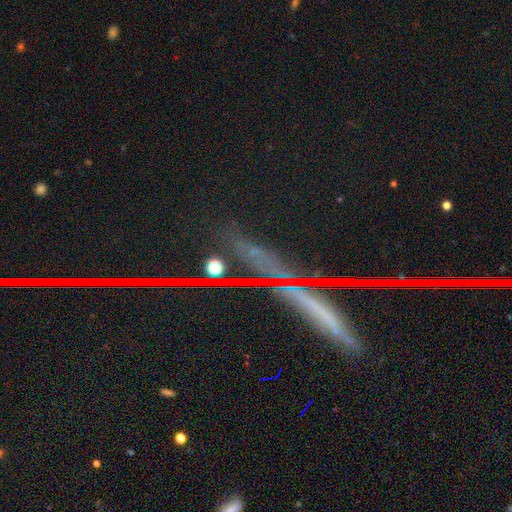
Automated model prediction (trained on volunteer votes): The model was most divided on "smooth or featured": star or artifact: 70%, featured or disk: 17%, smooth: 13%.